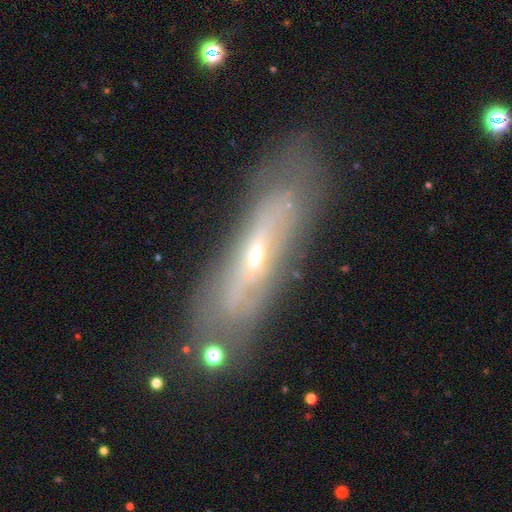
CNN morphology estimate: Smooth or featured? featured or disk (70%)
Edge-on disk? no (61%)
Merging? none (78%)